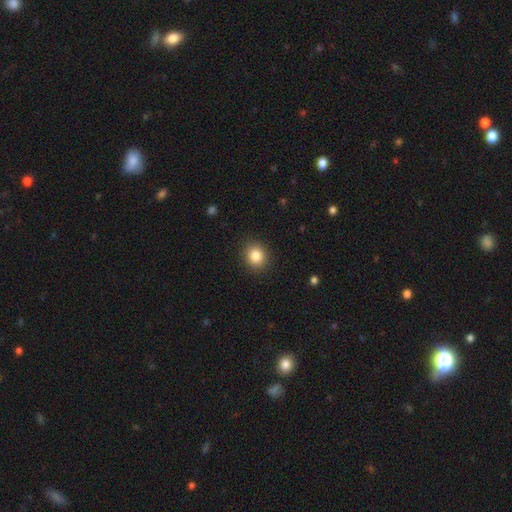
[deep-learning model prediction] A smooth galaxy with no disk features (85%) that is round (81%).

Vote fractions:
- Smooth or featured? smooth: 85% / star or artifact: 10% / featured or disk: 5%
- How rounded? round: 81% / in between: 18% / cigar-shaped: 1%
- Merging? none: 90% / minor disturbance: 7% / major disturbance: 2% / merger: 1%